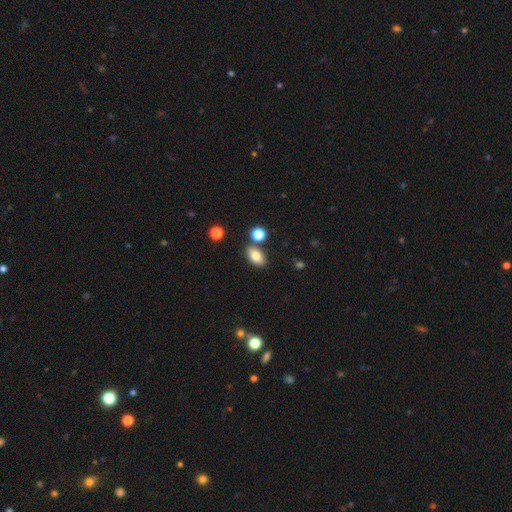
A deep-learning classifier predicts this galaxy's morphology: This appears to be a smooth galaxy with no disk features (82%) that is in between round and cigar-shaped (89%). Merging: none (77%).